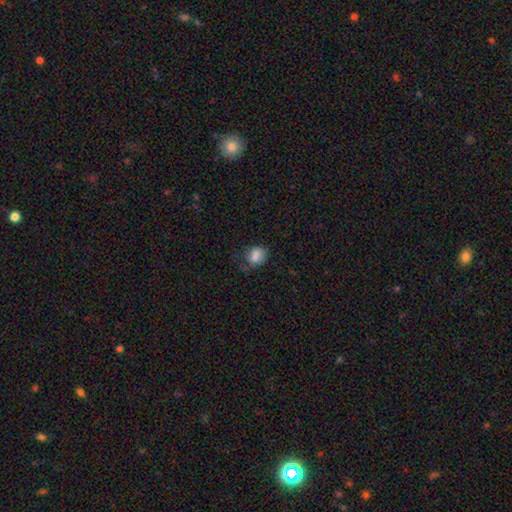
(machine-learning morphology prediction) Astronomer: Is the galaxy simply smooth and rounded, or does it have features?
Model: smooth — 82%.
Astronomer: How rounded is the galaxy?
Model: in between — 56% (runner-up: round, 43%).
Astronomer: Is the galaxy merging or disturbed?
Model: none — 53% (runner-up: minor disturbance, 31%).